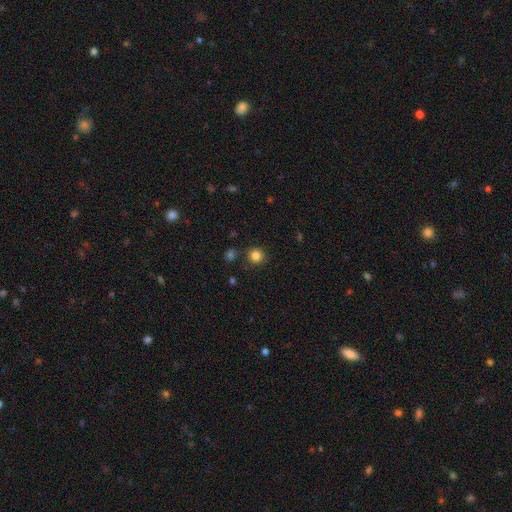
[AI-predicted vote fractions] The model was most divided on "smooth or featured": smooth: 84%, star or artifact: 12%, featured or disk: 4%. More confident: how rounded — round (92%); merging — none (85%).